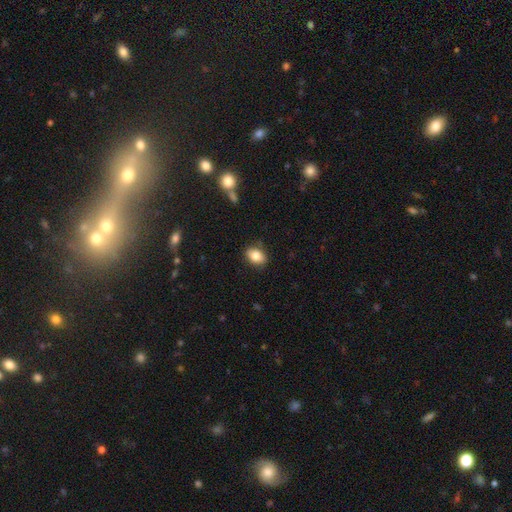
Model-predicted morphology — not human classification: Smooth or featured?
  - smooth: 83% *
  - star or artifact: 9%
  - featured or disk: 8%
How rounded?
  - in between: 76% *
  - round: 23%
  - cigar-shaped: 2%
Merging?
  - none: 83% *
  - minor disturbance: 13%
  - major disturbance: 3%
  - merger: 2%